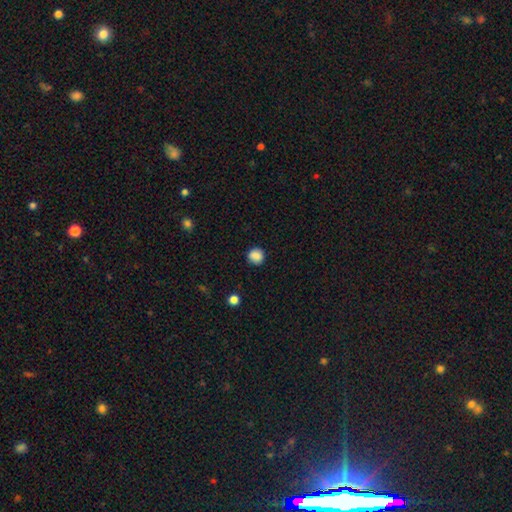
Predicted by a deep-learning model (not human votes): Q: Smooth or featured?
A: smooth (87%); runner-up: star or artifact (9%)
Q: How rounded?
A: round (87%); runner-up: in between (12%)
Q: Merging?
A: none (88%); runner-up: minor disturbance (8%)